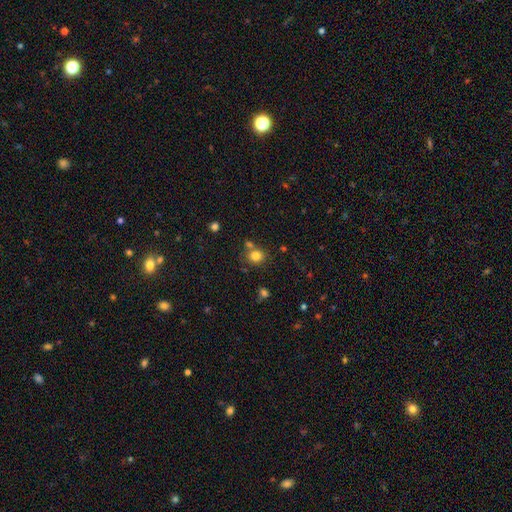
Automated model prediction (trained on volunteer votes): smooth 80%, star or artifact 13%, featured or disk 7%. Down the decision tree: how rounded — round (77%); merging — none (66%).